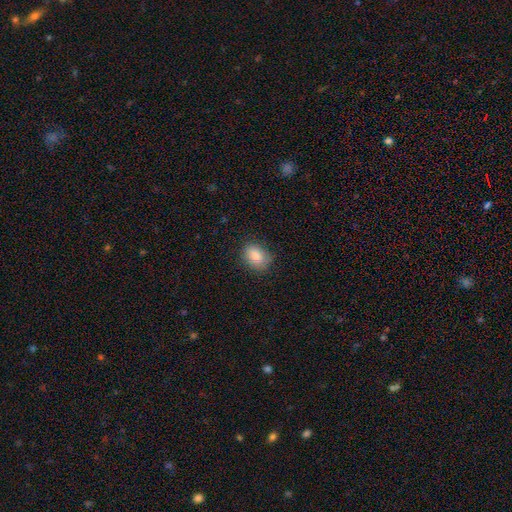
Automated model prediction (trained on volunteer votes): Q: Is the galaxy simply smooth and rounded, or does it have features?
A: smooth — 86%.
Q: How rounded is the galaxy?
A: in between — 71%.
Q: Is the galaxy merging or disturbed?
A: none — 80%.